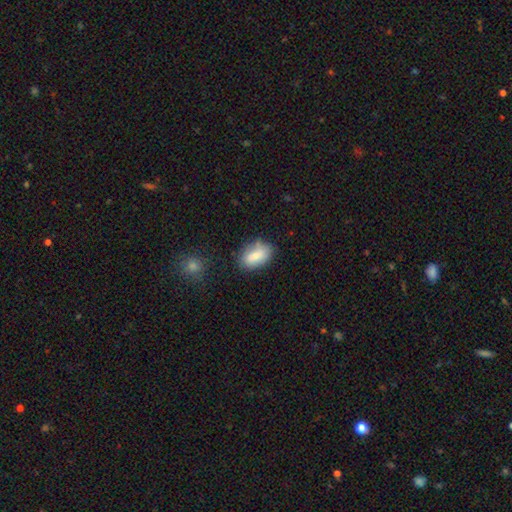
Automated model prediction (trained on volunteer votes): Q: Smooth or featured?
A: smooth (77%); runner-up: featured or disk (16%)
Q: How rounded?
A: in between (90%); runner-up: round (8%)
Q: Merging?
A: none (71%); runner-up: minor disturbance (19%)